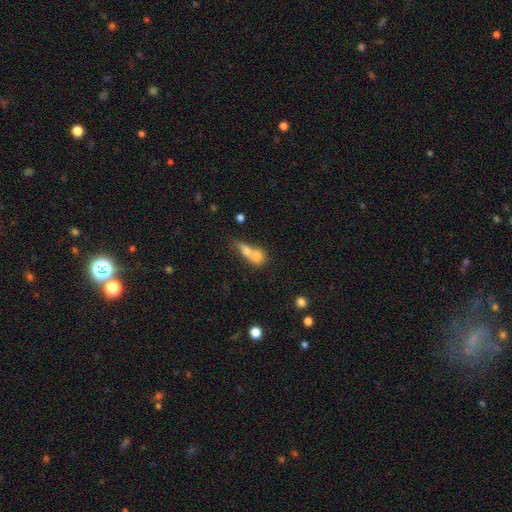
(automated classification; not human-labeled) The model was most divided on "how rounded": in between: 51%, round: 43%, cigar-shaped: 7%. More confident: merging — merger (73%); smooth or featured — smooth (71%).